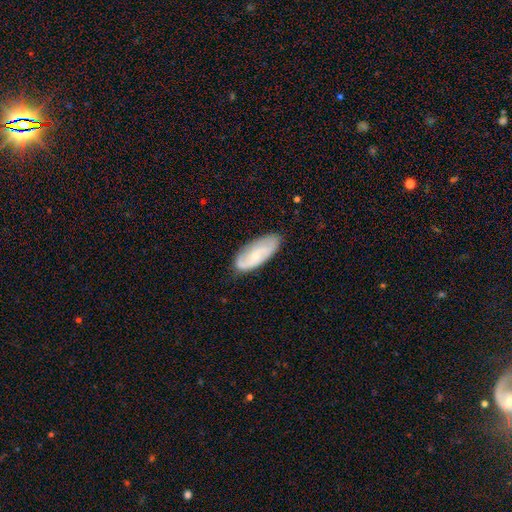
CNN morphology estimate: smooth_or_featured: featured or disk (p=0.53) [alt: smooth p=0.41]
disk_edge_on: no (p=0.90) [alt: yes p=0.10]
merging: none (p=0.77) [alt: minor disturbance p=0.18]